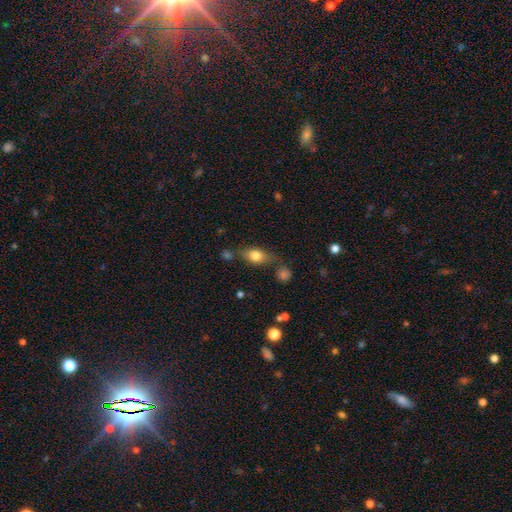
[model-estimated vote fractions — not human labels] Smooth or featured? Predicted: smooth (p=0.72). How rounded? Predicted: in between (p=0.75). Merging? Predicted: none (p=0.64).